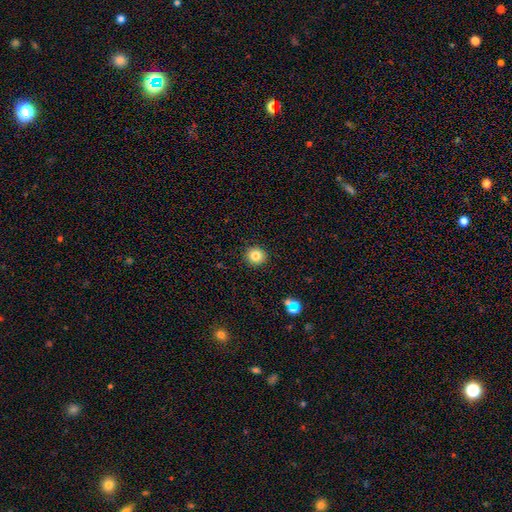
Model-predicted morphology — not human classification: This appears to be a smooth galaxy with no disk features (82%) that is round (89%). Merging: none (91%).